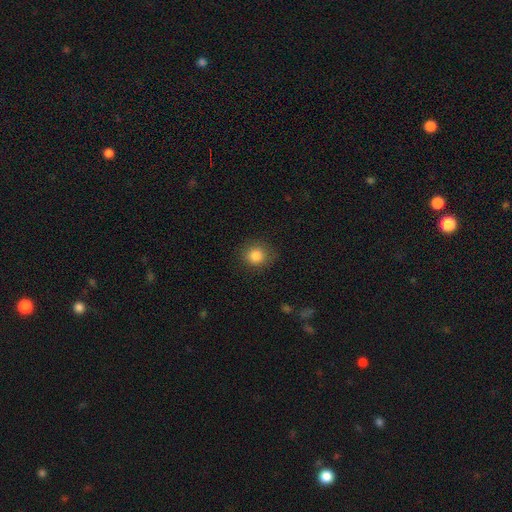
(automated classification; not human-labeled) smooth-or-featured: smooth: 84% | star or artifact: 10% | featured or disk: 6%
  how-rounded: round: 84% | in between: 15% | cigar-shaped: 1%
  merging: none: 84% | minor disturbance: 11% | major disturbance: 3% | merger: 1%